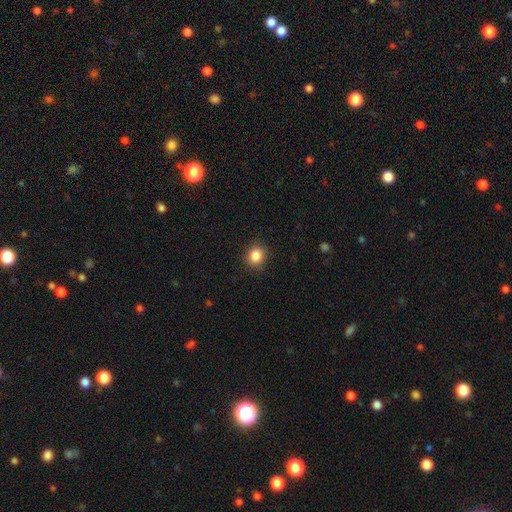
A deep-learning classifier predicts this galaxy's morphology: Smooth or featured?
  - smooth: 86% *
  - star or artifact: 10%
  - featured or disk: 4%
How rounded?
  - round: 81% *
  - in between: 18%
  - cigar-shaped: 1%
Merging?
  - none: 88% *
  - minor disturbance: 9%
  - major disturbance: 2%
  - merger: 1%